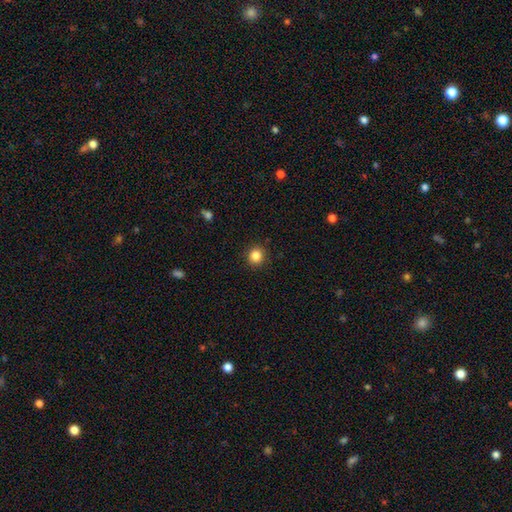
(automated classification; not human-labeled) This is clearly a smooth galaxy (85%). How rounded: clearly round (92%). Merging: clearly none (91%).